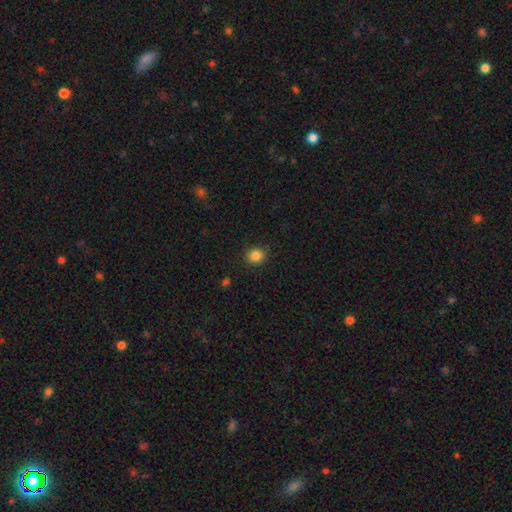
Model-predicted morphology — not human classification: Smooth or featured? smooth (85%)
How rounded? round (85%)
Merging? none (90%)